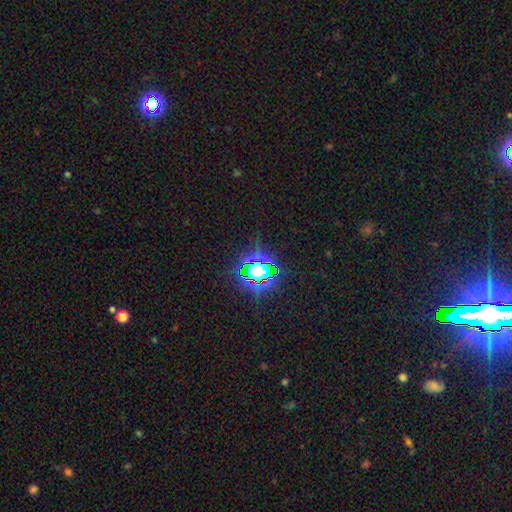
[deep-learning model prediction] This appears to be a star or artifact, not a galaxy (82%).